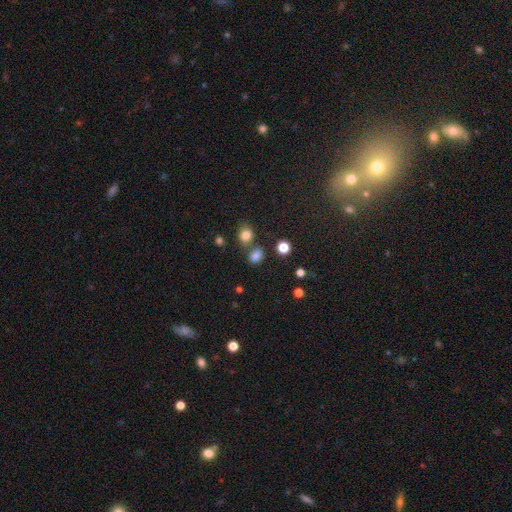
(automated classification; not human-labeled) The model was most divided on "how rounded": in between: 56%, round: 43%, cigar-shaped: 1%. More confident: smooth or featured — smooth (78%); merging — none (63%).